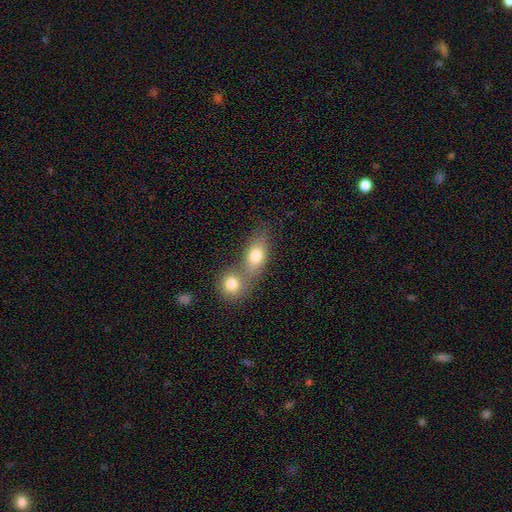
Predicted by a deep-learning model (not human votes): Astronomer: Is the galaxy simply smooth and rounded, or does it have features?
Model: smooth — 77%.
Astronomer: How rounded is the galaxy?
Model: in between — 64%.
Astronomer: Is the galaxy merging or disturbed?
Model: merger — 57%.